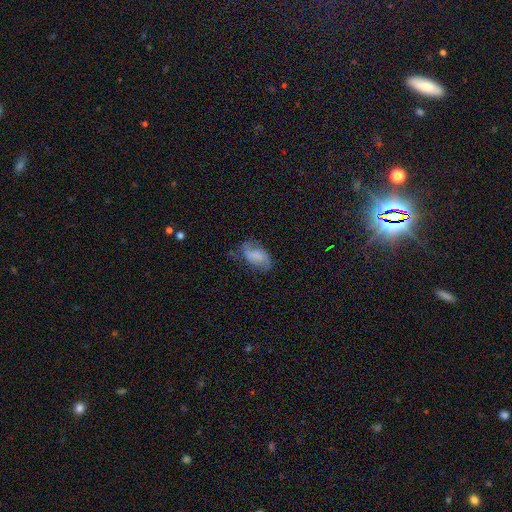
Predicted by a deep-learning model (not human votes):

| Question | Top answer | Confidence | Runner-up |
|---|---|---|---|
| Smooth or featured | smooth | 51% | featured or disk (40%) |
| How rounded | in between | 91% | round (6%) |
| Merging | none | 51% | minor disturbance (30%) |